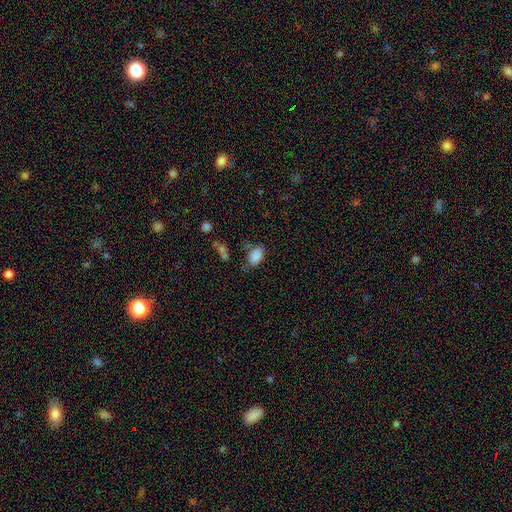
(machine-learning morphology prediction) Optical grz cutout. It shows a smooth galaxy with no disk features (86%) that is in between round and cigar-shaped (89%). Merging: none (62%).